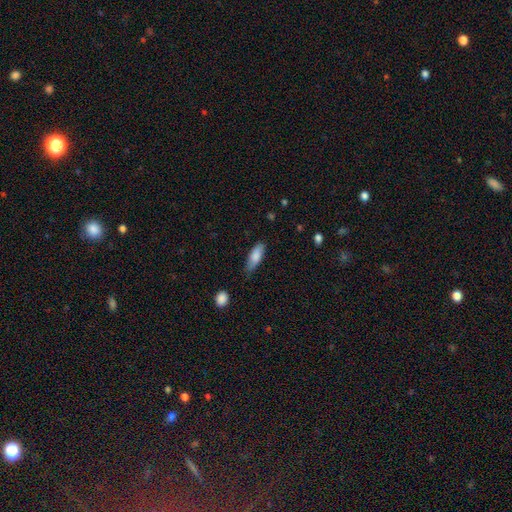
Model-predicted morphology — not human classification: type=smooth (81%); roundness=in between (65%); merging=none (69%).